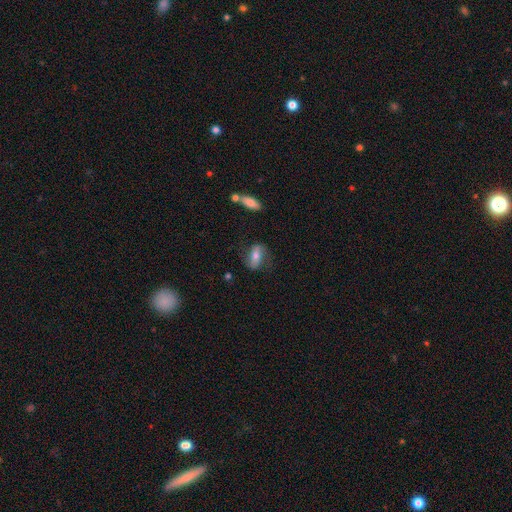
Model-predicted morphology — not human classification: smooth 51%, featured or disk 41%, star or artifact 8%. Down the decision tree: how rounded — in between (79%); merging — none (69%).